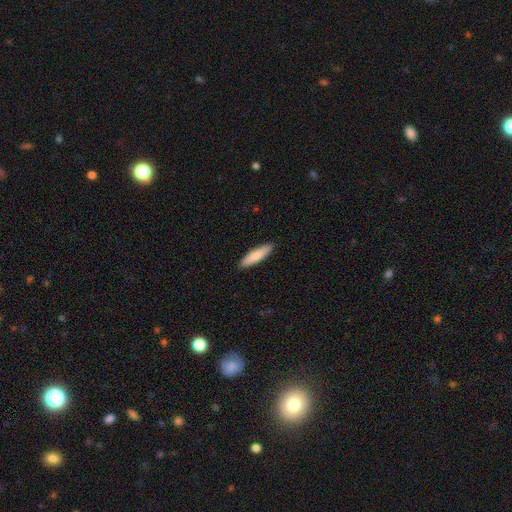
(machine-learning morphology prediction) Q: Smooth or featured?
A: smooth (81%); runner-up: featured or disk (14%)
Q: How rounded?
A: cigar-shaped (76%); runner-up: in between (22%)
Q: Merging?
A: none (90%); runner-up: minor disturbance (7%)